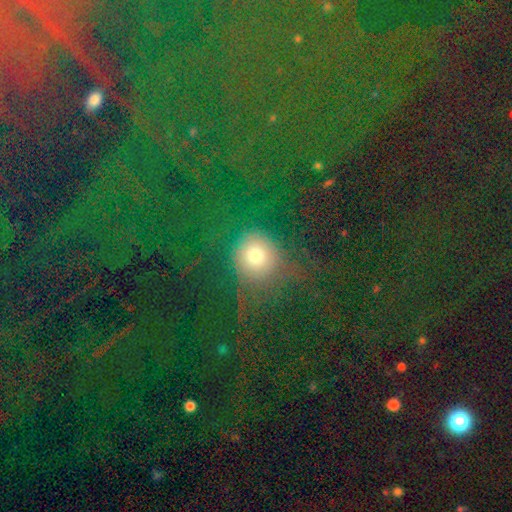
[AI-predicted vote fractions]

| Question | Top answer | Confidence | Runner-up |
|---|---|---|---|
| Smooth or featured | smooth | 64% | star or artifact (21%) |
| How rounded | round | 84% | in between (14%) |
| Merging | none | 57% | major disturbance (25%) |